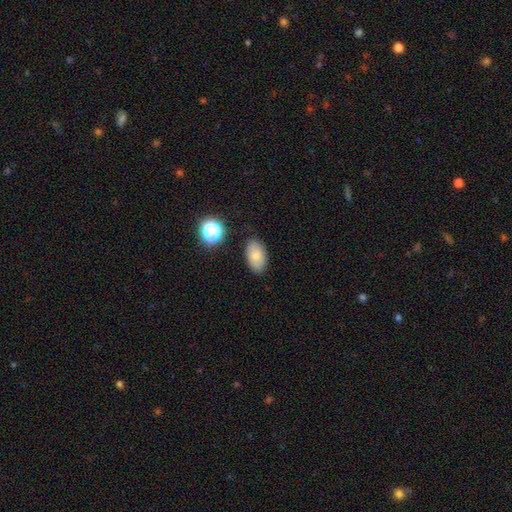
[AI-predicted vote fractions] The model was most divided on "smooth or featured": smooth: 78%, featured or disk: 12%, star or artifact: 10%. More confident: how rounded — in between (92%); merging — none (83%).